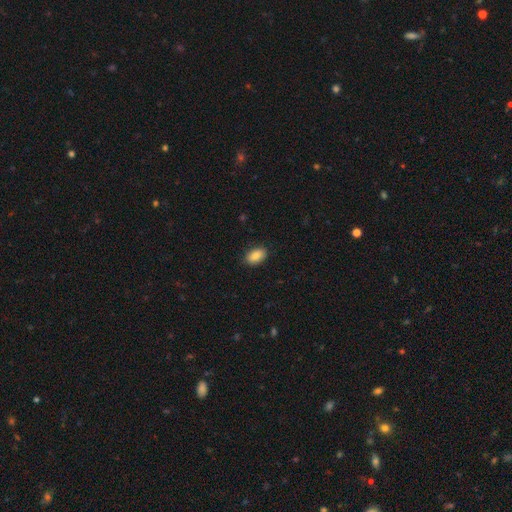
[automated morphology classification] Smooth or featured? Predicted: smooth (p=0.85). How rounded? Predicted: in between (p=0.89). Merging? Predicted: none (p=0.87).